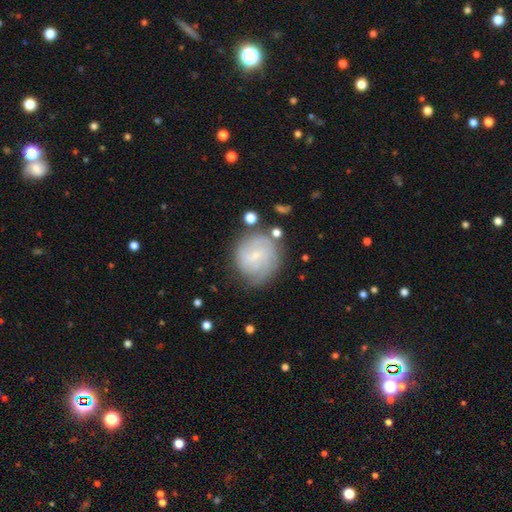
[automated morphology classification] Q: Smooth or featured?
A: featured or disk (56%); runner-up: smooth (36%)
Q: Edge-on disk?
A: no (97%); runner-up: yes (3%)
Q: Bar?
A: weak (50%); runner-up: no (40%)
Q: Spiral arms?
A: yes (80%); runner-up: no (20%)
Q: Bulge size?
A: small (77%); runner-up: moderate (13%)
Q: Merging?
A: none (66%); runner-up: minor disturbance (20%)